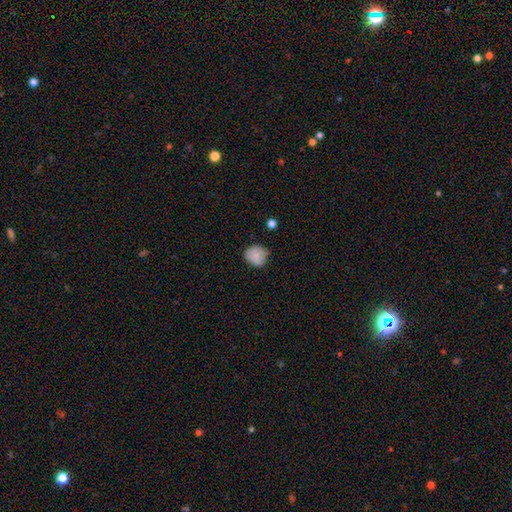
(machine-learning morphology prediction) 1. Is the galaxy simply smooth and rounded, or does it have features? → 81% smooth, 10% featured or disk, 9% star or artifact.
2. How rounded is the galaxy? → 78% round, 21% in between, 1% cigar-shaped.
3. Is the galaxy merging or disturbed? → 64% none, 30% minor disturbance, 5% major disturbance, 2% merger.